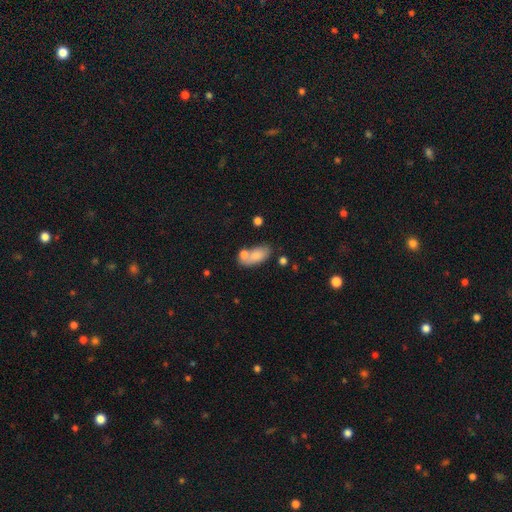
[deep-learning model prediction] Smooth or featured? smooth (78%)
How rounded? in between (89%)
Merging? none (48%)